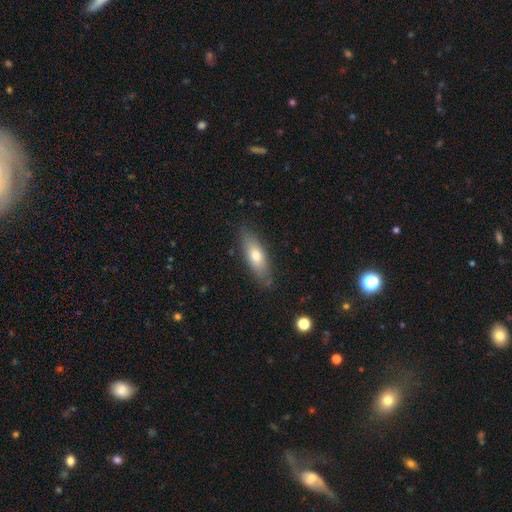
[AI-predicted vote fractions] smooth_or_featured: smooth (p=0.65) [alt: featured or disk p=0.28]
how_rounded: in between (p=0.54) [alt: cigar-shaped p=0.43]
merging: none (p=0.83) [alt: minor disturbance p=0.13]